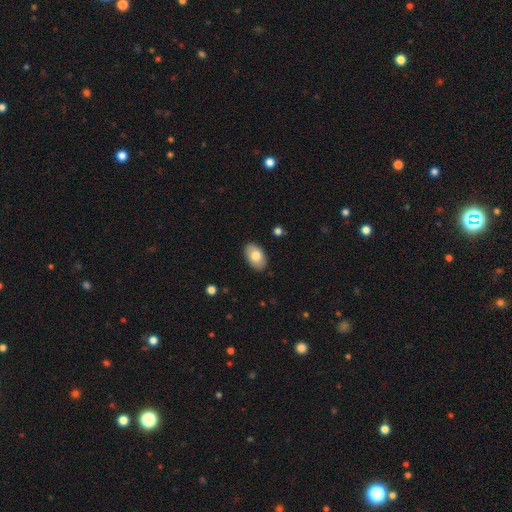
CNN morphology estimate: smooth-or-featured: smooth: 78% | featured or disk: 15% | star or artifact: 6%
  how-rounded: in between: 91% | round: 8% | cigar-shaped: 1%
  merging: none: 88% | minor disturbance: 9% | major disturbance: 2% | merger: 1%